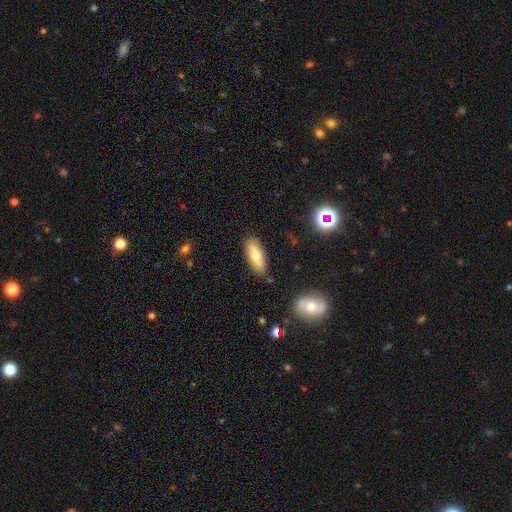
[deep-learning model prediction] Overall: smooth (72%). How rounded: in between (68%; cigar-shaped 30%). Merging: none (84%).